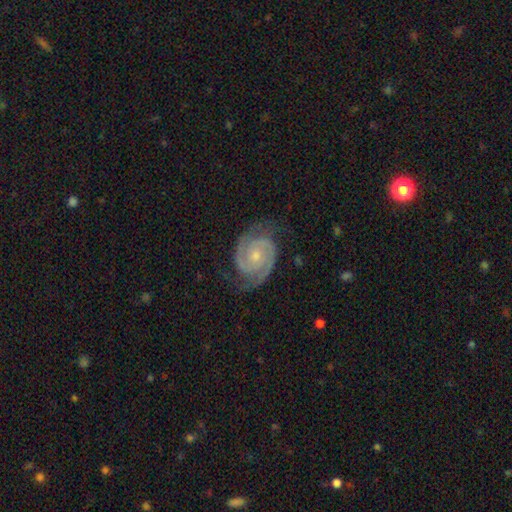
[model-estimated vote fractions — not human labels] smooth-or-featured: featured or disk: 92% | star or artifact: 4% | smooth: 3%
  disk-edge-on: no: 98% | yes: 2%
    bar: no: 71% | weak: 23% | strong: 7%
    has-spiral-arms: yes: 99% | no: 1%
      spiral-winding: tight: 61% | medium: 34% | loose: 5%
      spiral-arm-count: 2: 92% | 3: 3% | can't tell: 2% | 1: 1% | 4: 1% | more than 4: 1%
    bulge-size: small: 60% | moderate: 35% | none: 3% | large: 1% | dominant: 1%
  merging: none: 81% | minor disturbance: 14% | major disturbance: 4% | merger: 1%